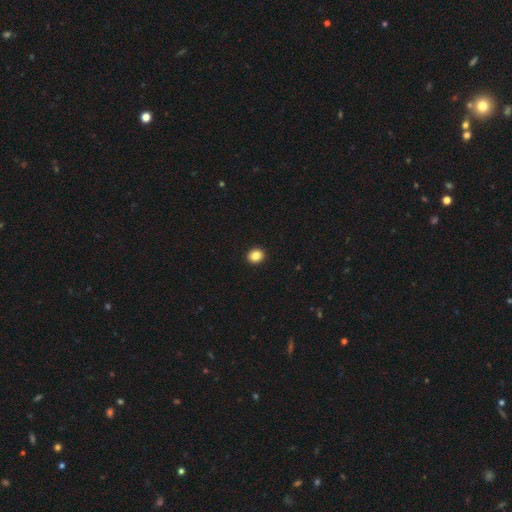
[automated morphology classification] Smooth or featured: smooth — 86% (star or artifact — 10%)
How rounded: round — 69% (in between — 30%)
Merging: none — 93% (minor disturbance — 5%)